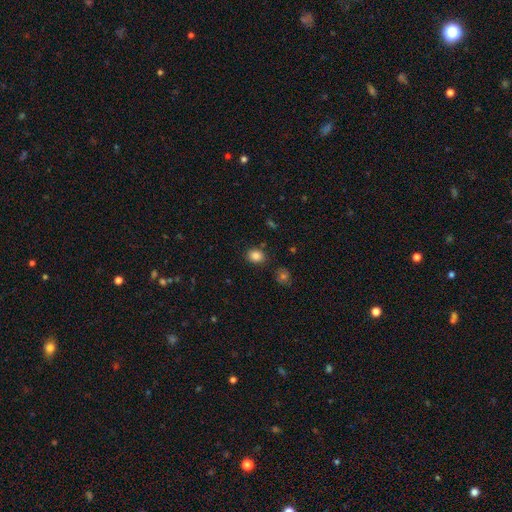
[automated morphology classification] type=smooth (85%); roundness=round (55%); merging=none (83%).